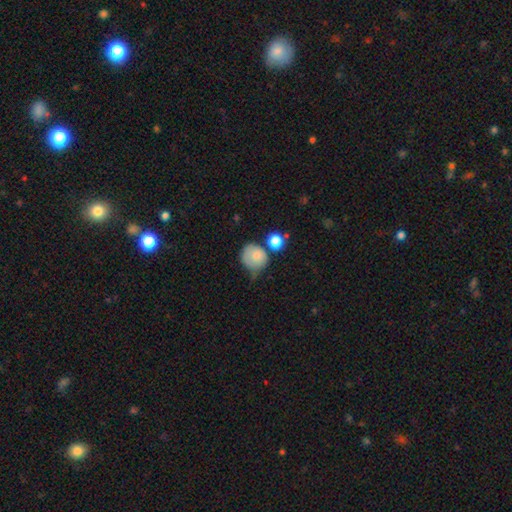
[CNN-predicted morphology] smooth 78%, featured or disk 14%, star or artifact 8%. Down the decision tree: how rounded — round (81%); merging — none (42%).